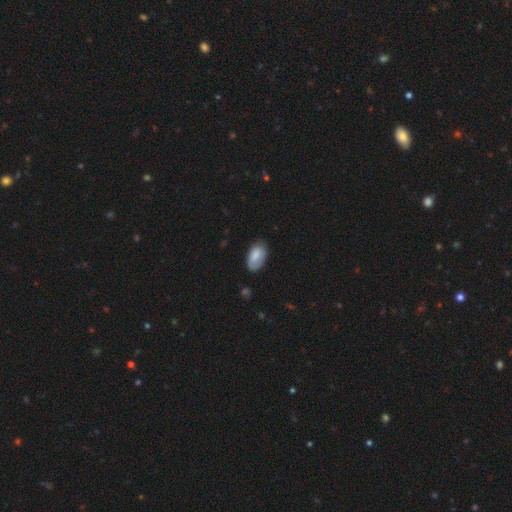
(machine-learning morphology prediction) Smooth or featured? smooth (78%)
How rounded? in between (94%)
Merging? none (70%)